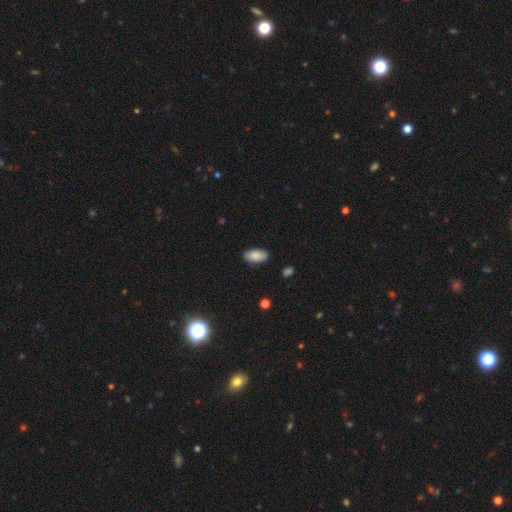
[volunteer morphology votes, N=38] Smooth or featured? smooth (89%)
How rounded? in between (91%)
Merging? none (97%)